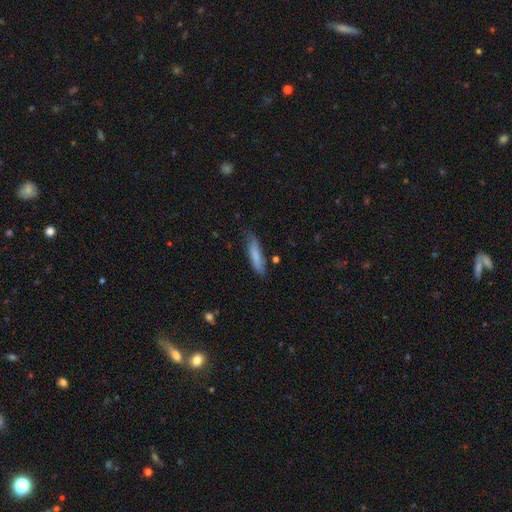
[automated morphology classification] A smooth galaxy with no disk features (77%) that is cigar-shaped (76%).

Vote fractions:
- Smooth or featured? smooth: 77% / featured or disk: 17% / star or artifact: 6%
- How rounded? cigar-shaped: 76% / in between: 22% / round: 1%
- Merging? none: 69% / minor disturbance: 24% / major disturbance: 5% / merger: 2%